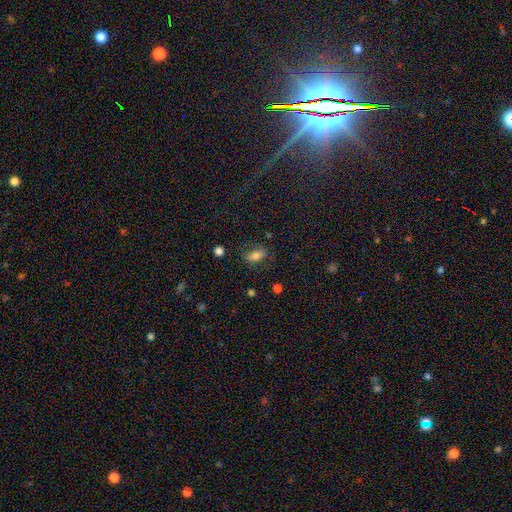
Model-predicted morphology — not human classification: A smooth galaxy with no disk features (72%) that is in between round and cigar-shaped (85%).

Vote fractions:
- Smooth or featured? smooth: 72% / featured or disk: 17% / star or artifact: 11%
- How rounded? in between: 85% / round: 9% / cigar-shaped: 6%
- Merging? none: 71% / minor disturbance: 18% / major disturbance: 9% / merger: 2%